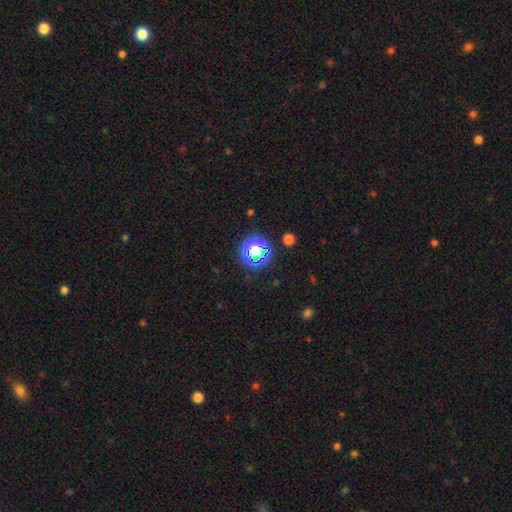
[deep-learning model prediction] smooth-or-featured: star or artifact: 60% | smooth: 30% | featured or disk: 10%